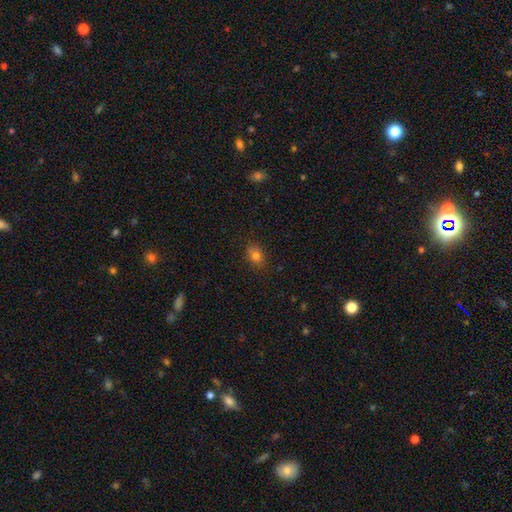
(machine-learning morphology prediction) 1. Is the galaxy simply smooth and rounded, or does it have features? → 78% smooth, 12% star or artifact, 10% featured or disk.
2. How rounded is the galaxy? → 74% in between, 24% round, 2% cigar-shaped.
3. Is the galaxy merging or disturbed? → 83% none, 13% minor disturbance, 3% major disturbance, 1% merger.